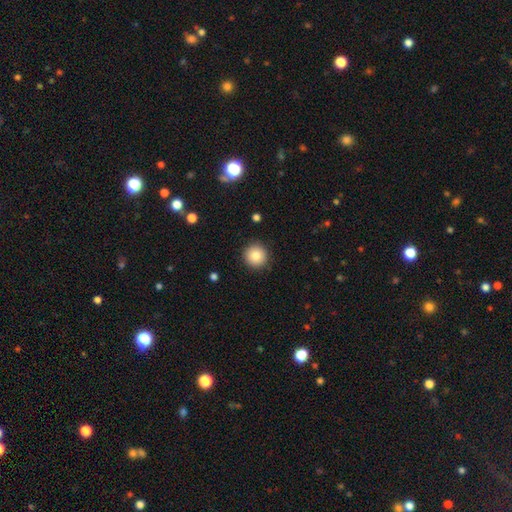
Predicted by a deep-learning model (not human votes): Overall: smooth (83%). How rounded: round (95%). Merging: none (91%).